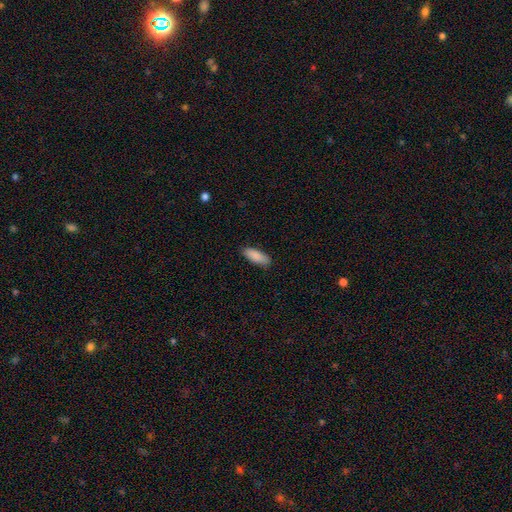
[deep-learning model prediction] Smooth or featured? smooth (89%)
How rounded? in between (68%)
Merging? none (87%)